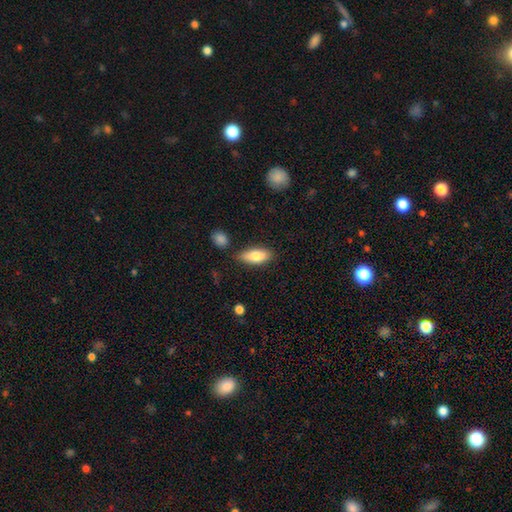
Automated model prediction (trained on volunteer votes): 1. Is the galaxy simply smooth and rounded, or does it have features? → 79% smooth, 15% featured or disk, 6% star or artifact.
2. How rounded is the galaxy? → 80% in between, 18% cigar-shaped, 2% round.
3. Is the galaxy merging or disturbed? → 77% none, 15% minor disturbance, 5% merger, 3% major disturbance.